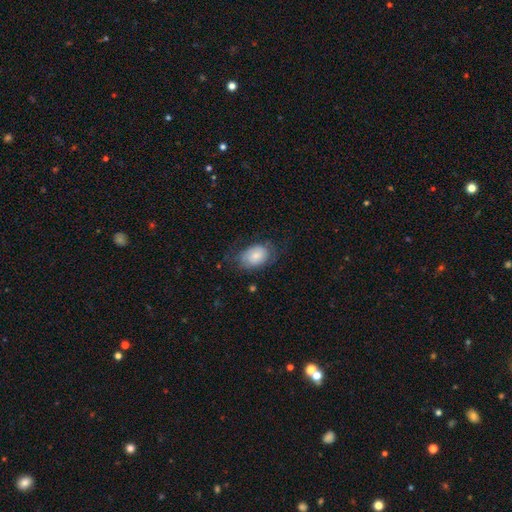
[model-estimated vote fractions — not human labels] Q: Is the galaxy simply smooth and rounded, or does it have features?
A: smooth — 70%.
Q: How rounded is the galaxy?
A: in between — 84%.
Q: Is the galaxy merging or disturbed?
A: none — 58%.